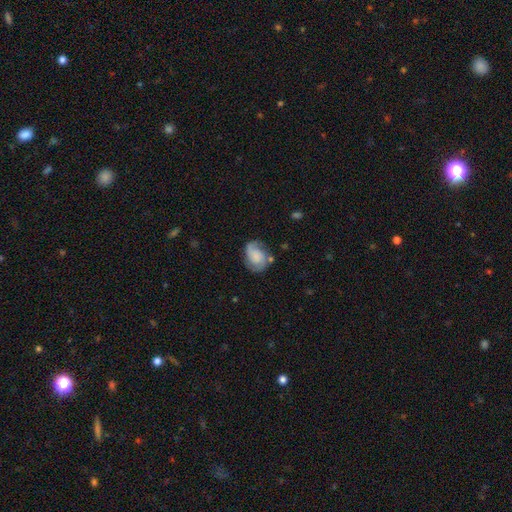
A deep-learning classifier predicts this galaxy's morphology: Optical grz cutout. It shows a featured or disk galaxy (56%) with no bar (69%), spiral arms (88%) and no central bulge (38%). Merging: none (58%).